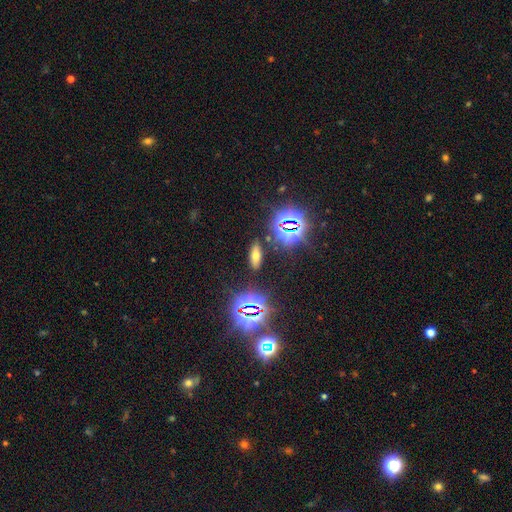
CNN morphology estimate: type=smooth (48%); merging=none (87%).